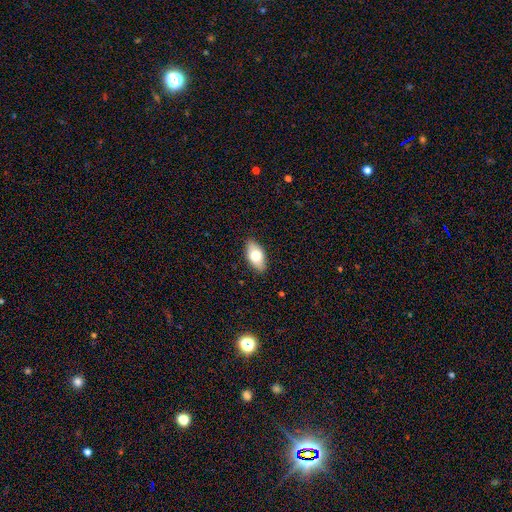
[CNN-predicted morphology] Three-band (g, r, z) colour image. It shows a smooth galaxy with no disk features (71%) that is in between round and cigar-shaped (92%). Merging: none (88%).